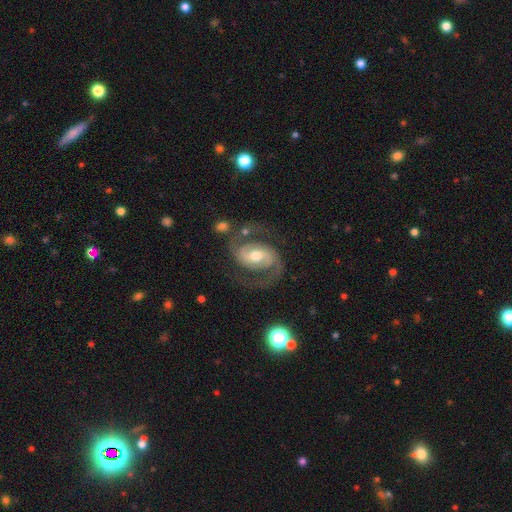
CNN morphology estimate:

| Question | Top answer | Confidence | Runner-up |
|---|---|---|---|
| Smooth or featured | featured or disk | 91% | star or artifact (5%) |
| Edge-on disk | no | 98% | yes (2%) |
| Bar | weak | 45% | no (33%) |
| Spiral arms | yes | 98% | no (2%) |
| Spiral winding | medium | 58% | tight (26%) |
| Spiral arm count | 2 | 93% | can't tell (2%) |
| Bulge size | moderate | 66% | small (26%) |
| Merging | none | 73% | minor disturbance (14%) |